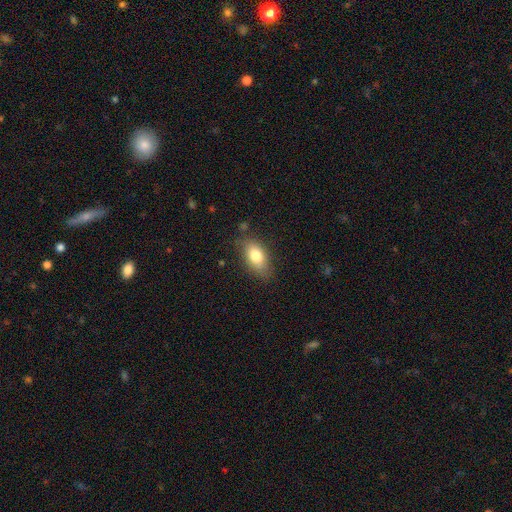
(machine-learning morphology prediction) Smooth or featured? smooth (79%)
How rounded? in between (88%)
Merging? none (76%)